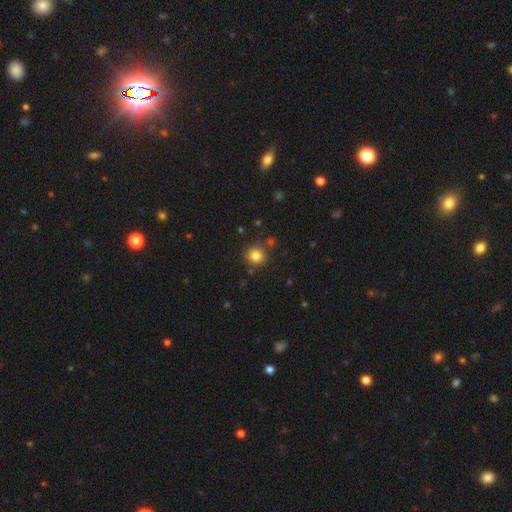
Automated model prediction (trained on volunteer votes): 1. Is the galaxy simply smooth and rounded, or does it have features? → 82% smooth, 13% star or artifact, 6% featured or disk.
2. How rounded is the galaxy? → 92% round, 7% in between, 1% cigar-shaped.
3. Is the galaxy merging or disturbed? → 82% none, 9% minor disturbance, 6% merger, 3% major disturbance.